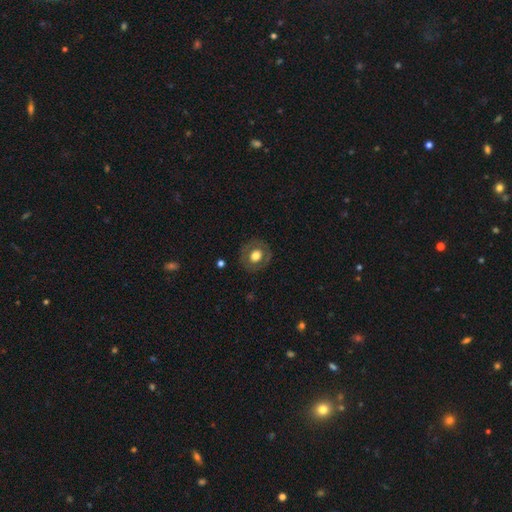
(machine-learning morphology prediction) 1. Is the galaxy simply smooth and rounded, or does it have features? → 58% smooth, 35% featured or disk, 8% star or artifact.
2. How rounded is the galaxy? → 76% round, 23% in between, 1% cigar-shaped.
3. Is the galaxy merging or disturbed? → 84% none, 11% minor disturbance, 5% major disturbance, 1% merger.